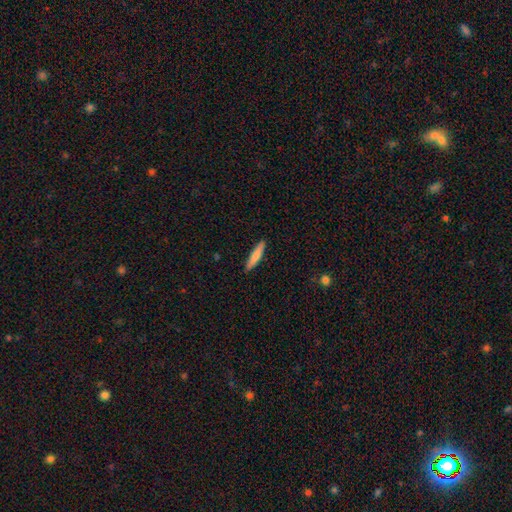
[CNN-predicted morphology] Overall: smooth (76%). How rounded: cigar-shaped (89%). Merging: none (89%).